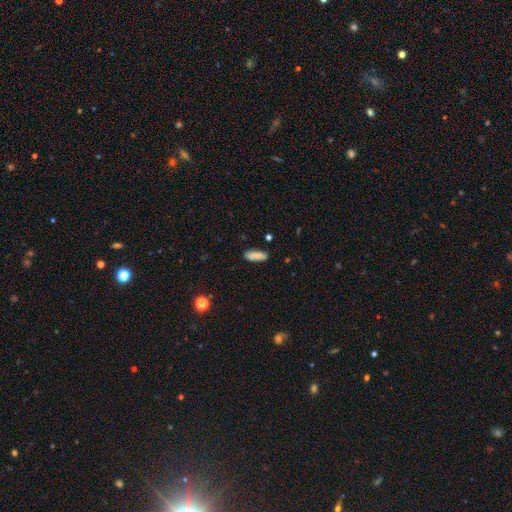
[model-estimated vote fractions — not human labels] smooth 85%, featured or disk 8%, star or artifact 7%. Down the decision tree: how rounded — in between (58%); merging — none (83%).